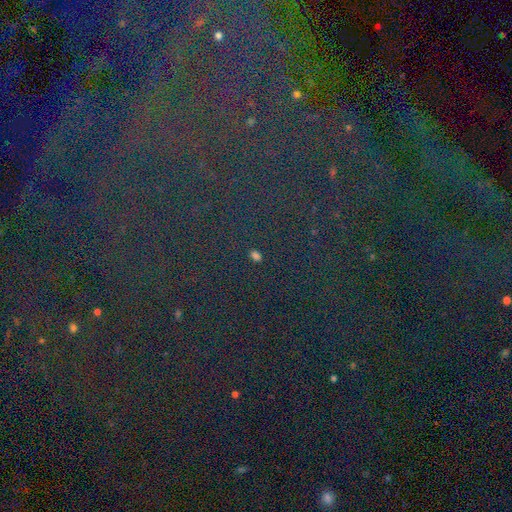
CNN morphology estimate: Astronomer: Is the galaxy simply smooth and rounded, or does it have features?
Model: star or artifact — 55% (runner-up: smooth, 37%).